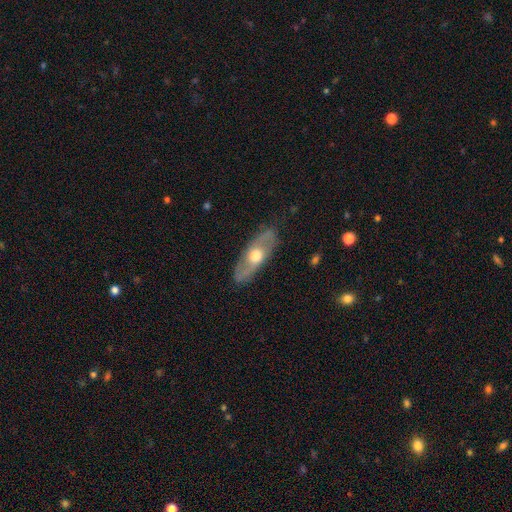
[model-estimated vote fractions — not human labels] Smooth or featured? featured or disk (56%)
Edge-on disk? no (66%)
Merging? none (83%)